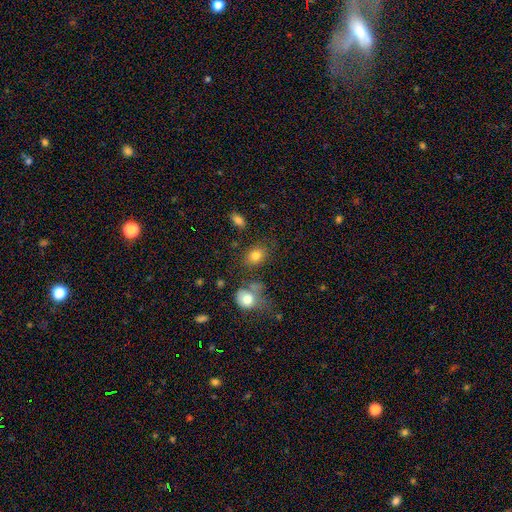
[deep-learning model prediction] A smooth galaxy with no disk features (81%) that is in between round and cigar-shaped (66%).

Vote fractions:
- Smooth or featured? smooth: 81% / star or artifact: 10% / featured or disk: 9%
- How rounded? in between: 66% / round: 33% / cigar-shaped: 1%
- Merging? none: 72% / minor disturbance: 13% / merger: 10% / major disturbance: 5%